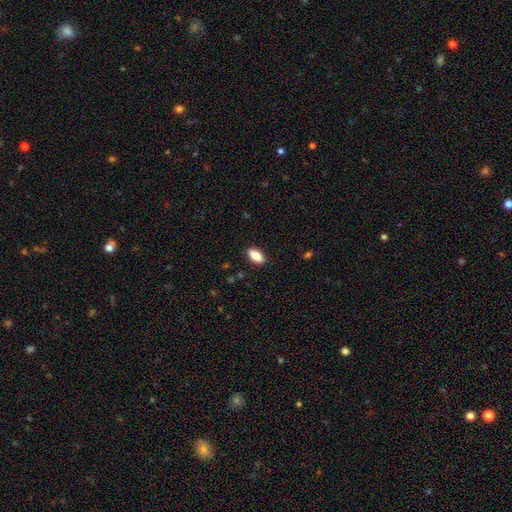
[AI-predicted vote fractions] smooth-or-featured: smooth: 82% | featured or disk: 11% | star or artifact: 7%
  how-rounded: in between: 89% | cigar-shaped: 7% | round: 4%
  merging: none: 89% | minor disturbance: 8% | major disturbance: 2% | merger: 1%